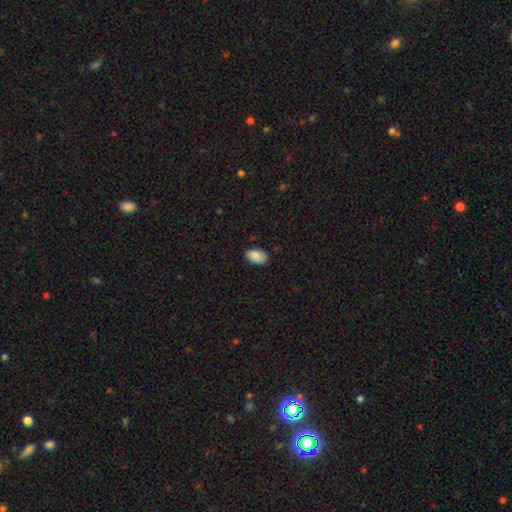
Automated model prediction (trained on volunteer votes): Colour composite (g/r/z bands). It shows a smooth galaxy with no disk features (88%) that is in between round and cigar-shaped (94%). Merging: none (85%).